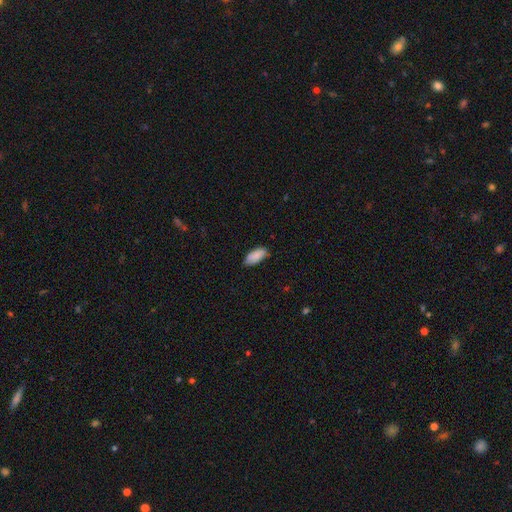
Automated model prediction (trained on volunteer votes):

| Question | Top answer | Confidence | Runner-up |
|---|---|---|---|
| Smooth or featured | smooth | 88% | star or artifact (6%) |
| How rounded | in between | 88% | cigar-shaped (10%) |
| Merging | none | 80% | minor disturbance (17%) |